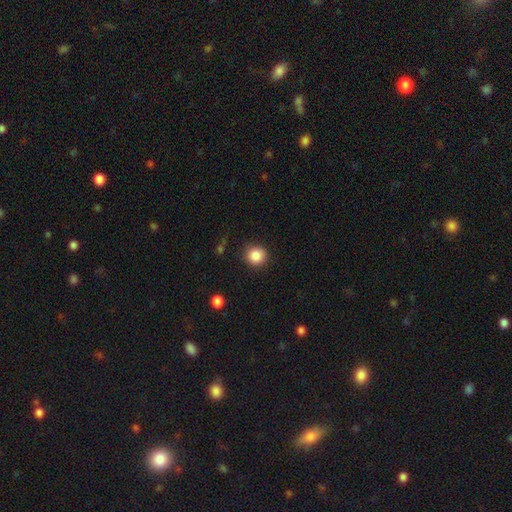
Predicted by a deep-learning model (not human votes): smooth_or_featured: smooth (p=0.87) [alt: star or artifact p=0.09]
how_rounded: round (p=0.91) [alt: in between p=0.08]
merging: none (p=0.89) [alt: minor disturbance p=0.08]